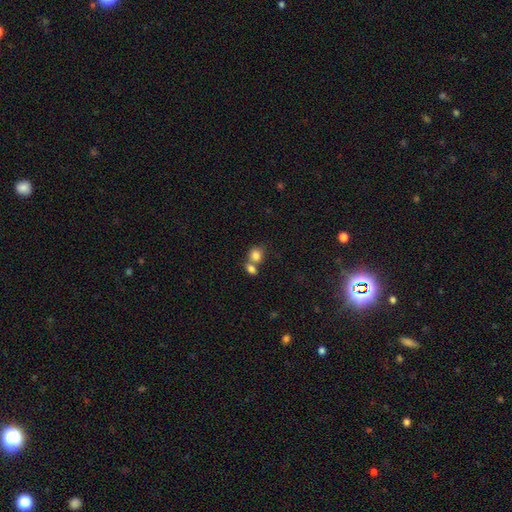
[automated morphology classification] A smooth galaxy with no disk features (82%) that is round (62%).

Vote fractions:
- Smooth or featured? smooth: 82% / star or artifact: 10% / featured or disk: 8%
- How rounded? round: 62% / in between: 37% / cigar-shaped: 1%
- Merging? merger: 51% / none: 37% / minor disturbance: 8% / major disturbance: 3%